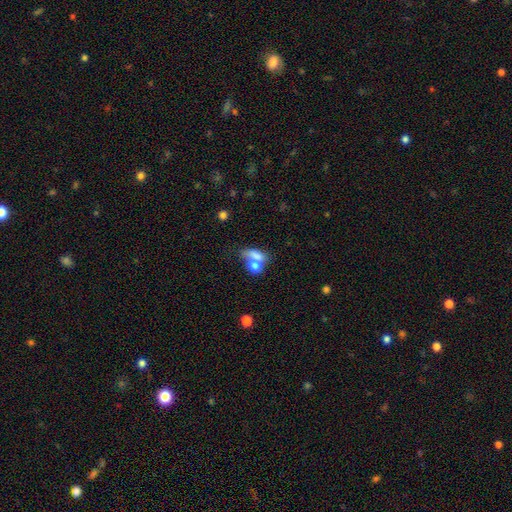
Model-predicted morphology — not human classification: Smooth or featured? smooth (73%)
How rounded? in between (70%)
Merging? merger (64%)